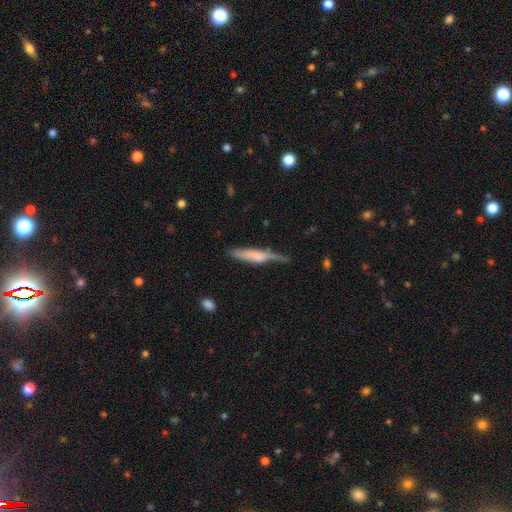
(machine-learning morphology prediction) Smooth or featured? Predicted: smooth (p=0.53). How rounded? Predicted: cigar-shaped (p=0.86). Merging? Predicted: none (p=0.53).